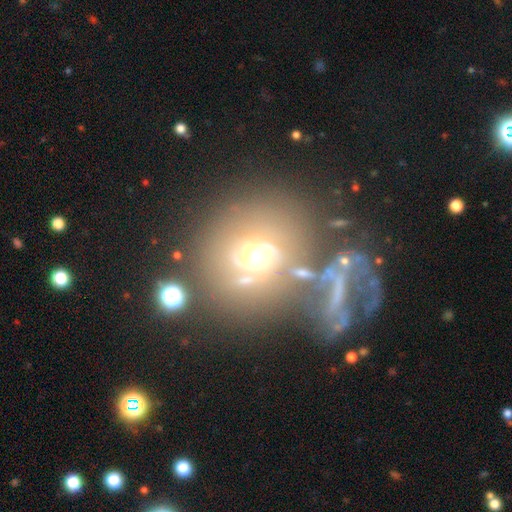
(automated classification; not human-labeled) This is marginally a featured or disk galaxy (43%). Merging: marginally none (45%).